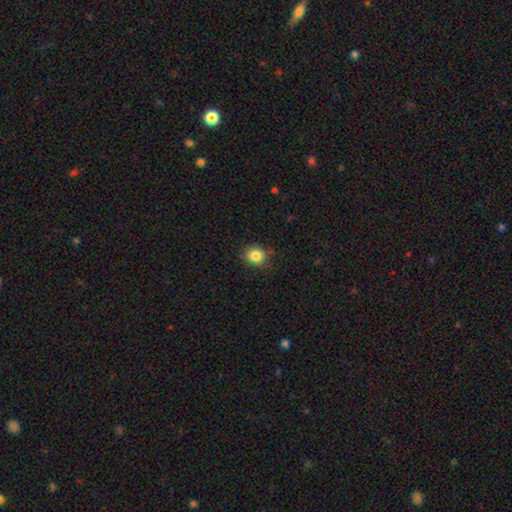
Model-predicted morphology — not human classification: Q: Smooth or featured?
A: smooth (84%); runner-up: star or artifact (10%)
Q: How rounded?
A: round (75%); runner-up: in between (24%)
Q: Merging?
A: none (81%); runner-up: minor disturbance (15%)